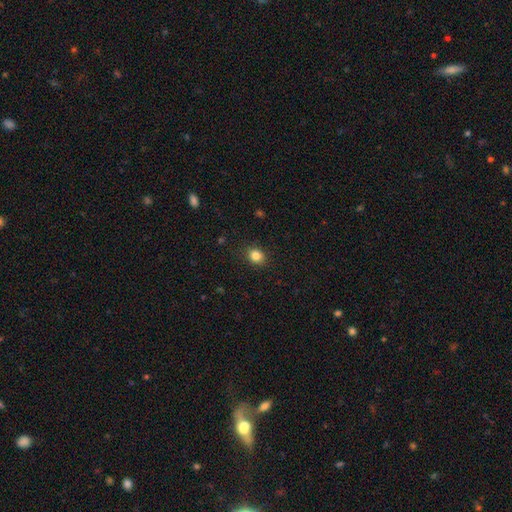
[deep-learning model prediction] A smooth galaxy with no disk features (84%) that is round (61%).

Vote fractions:
- Smooth or featured? smooth: 84% / star or artifact: 11% / featured or disk: 5%
- How rounded? round: 61% / in between: 38% / cigar-shaped: 1%
- Merging? none: 88% / minor disturbance: 8% / major disturbance: 2% / merger: 1%